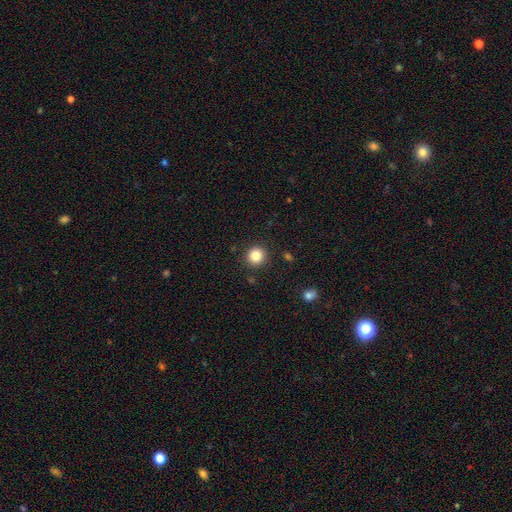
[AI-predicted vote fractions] smooth_or_featured: smooth (p=0.84) [alt: star or artifact p=0.11]
how_rounded: round (p=0.93) [alt: in between p=0.06]
merging: none (p=0.91) [alt: minor disturbance p=0.06]